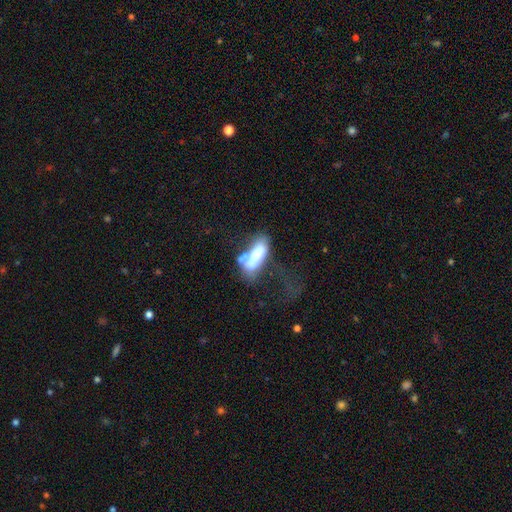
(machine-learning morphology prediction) Smooth or featured: smooth — 60% (featured or disk — 32%)
How rounded: in between — 65% (cigar-shaped — 32%)
Merging: merger — 34% (major disturbance — 30%)